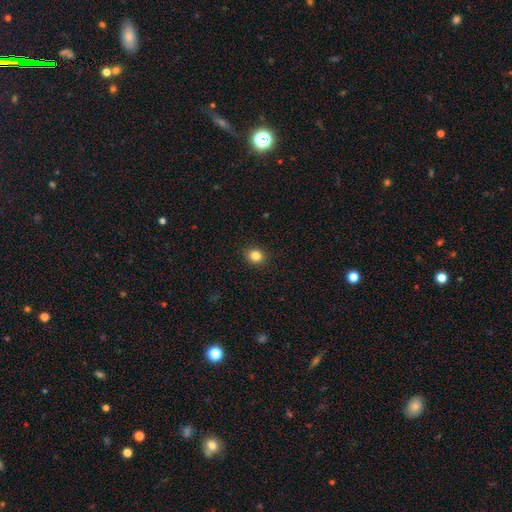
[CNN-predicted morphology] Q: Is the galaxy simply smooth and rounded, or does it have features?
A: smooth — 84%.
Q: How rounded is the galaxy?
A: round — 79%.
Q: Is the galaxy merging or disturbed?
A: none — 91%.